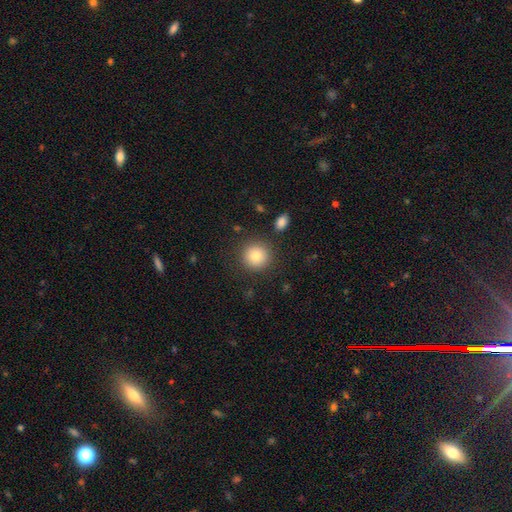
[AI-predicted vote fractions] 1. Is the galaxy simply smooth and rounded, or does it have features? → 82% smooth, 10% star or artifact, 9% featured or disk.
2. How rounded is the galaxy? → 93% round, 6% in between, 1% cigar-shaped.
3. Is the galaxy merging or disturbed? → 88% none, 7% minor disturbance, 3% major disturbance, 2% merger.